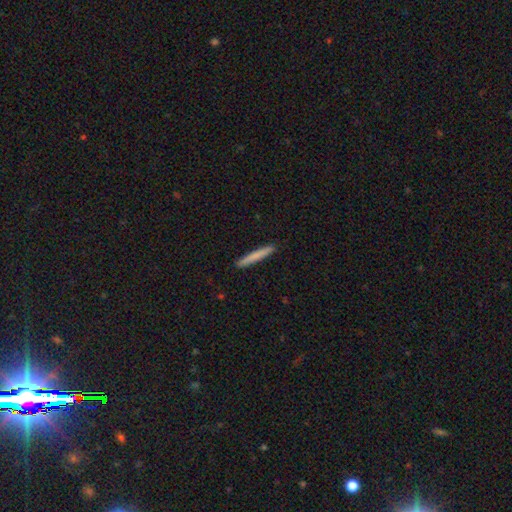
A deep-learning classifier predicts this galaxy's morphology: Smooth or featured? smooth (76%)
How rounded? cigar-shaped (96%)
Merging? none (92%)